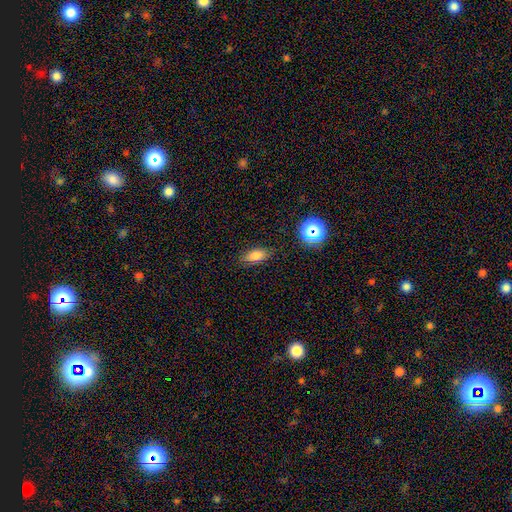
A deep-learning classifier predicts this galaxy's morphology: Smooth or featured: smooth — 78% (star or artifact — 13%)
How rounded: in between — 84% (cigar-shaped — 9%)
Merging: none — 84% (minor disturbance — 12%)